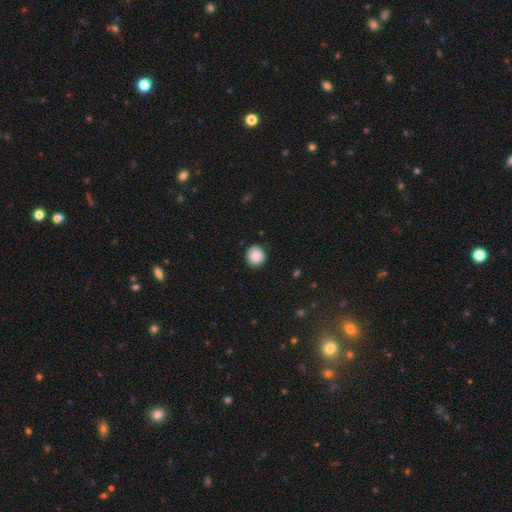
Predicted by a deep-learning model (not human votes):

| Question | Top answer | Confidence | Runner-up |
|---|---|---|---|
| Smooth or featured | smooth | 88% | star or artifact (8%) |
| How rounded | round | 86% | in between (13%) |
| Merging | none | 88% | minor disturbance (9%) |